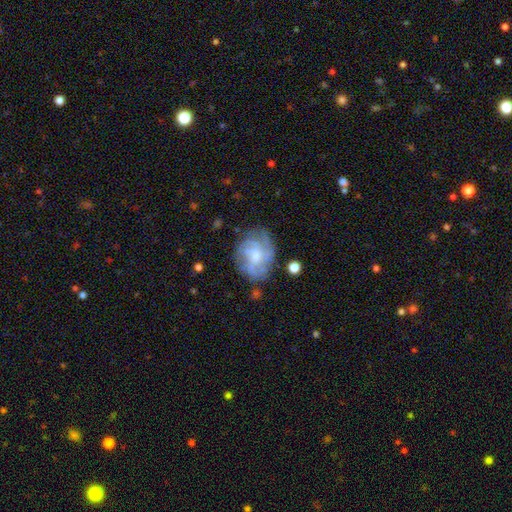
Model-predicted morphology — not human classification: smooth_or_featured: featured or disk (p=0.71) [alt: smooth p=0.21]
disk_edge_on: no (p=0.97) [alt: yes p=0.03]
bar: no (p=0.68) [alt: weak p=0.29]
has_spiral_arms: yes (p=0.87) [alt: no p=0.13]
spiral_winding: tight (p=0.44) [alt: medium p=0.39]
spiral_arm_count: can't tell (p=0.37) [alt: 4 p=0.20]
bulge_size: small (p=0.45) [alt: moderate p=0.41]
merging: none (p=0.67) [alt: minor disturbance p=0.20]